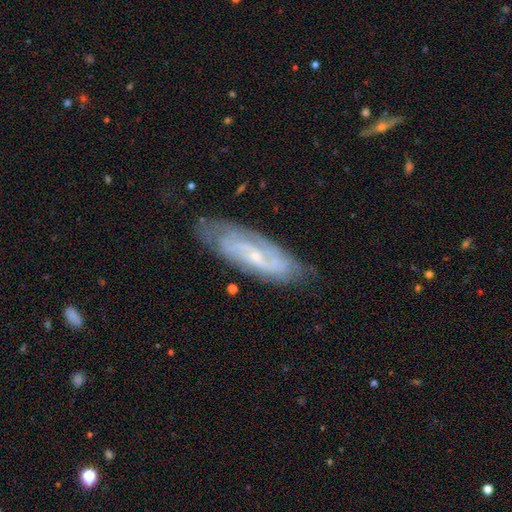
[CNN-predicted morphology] The model was most divided on "spiral winding": medium: 42%, tight: 41%, loose: 17%. Remaining: spiral arms — yes (91%); edge-on disk — no (86%); smooth or featured — featured or disk (78%); bulge size — small (74%); merging — none (74%); spiral arm count — 2 (55%); bar — weak (45%).